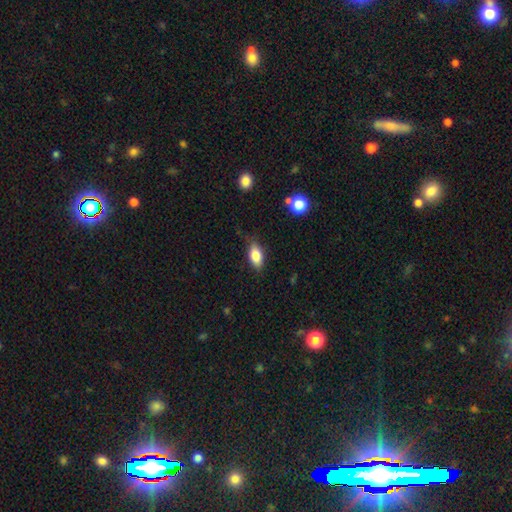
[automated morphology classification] Smooth or featured?
  - smooth: 79% *
  - featured or disk: 13%
  - star or artifact: 8%
How rounded?
  - in between: 87% *
  - cigar-shaped: 8%
  - round: 5%
Merging?
  - none: 79% *
  - minor disturbance: 17%
  - major disturbance: 3%
  - merger: 1%